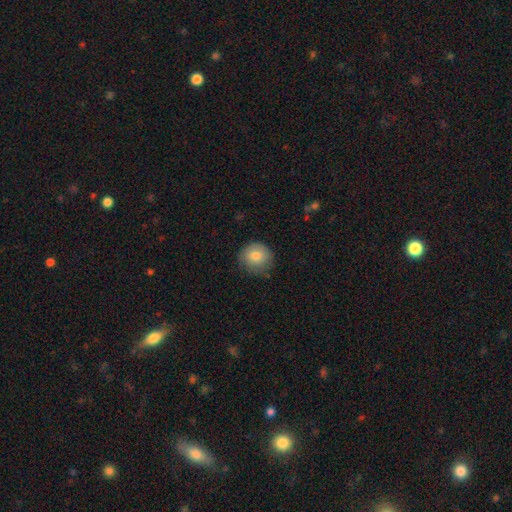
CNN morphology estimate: smooth_or_featured: smooth (p=0.80) [alt: featured or disk p=0.13]
how_rounded: round (p=0.90) [alt: in between p=0.09]
merging: none (p=0.76) [alt: minor disturbance p=0.19]